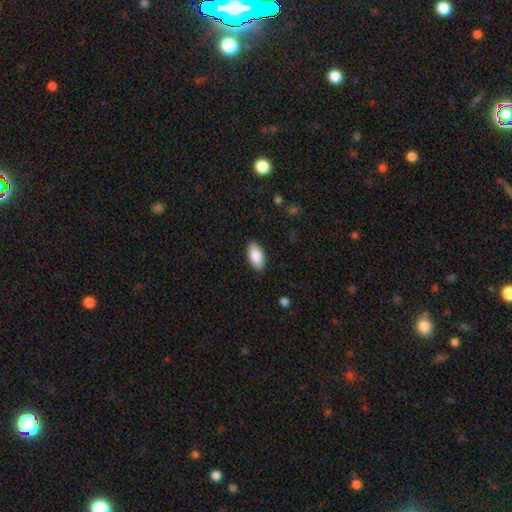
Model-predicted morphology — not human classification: Smooth or featured? smooth (84%)
How rounded? in between (90%)
Merging? none (88%)